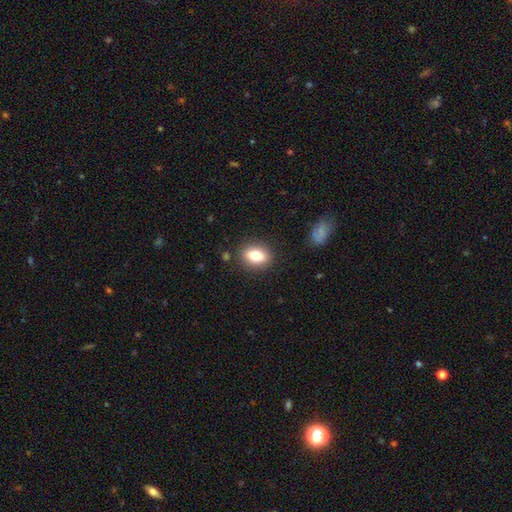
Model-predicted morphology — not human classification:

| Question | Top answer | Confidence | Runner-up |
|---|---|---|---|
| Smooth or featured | smooth | 79% | featured or disk (12%) |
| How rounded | in between | 72% | round (25%) |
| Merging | none | 87% | minor disturbance (9%) |